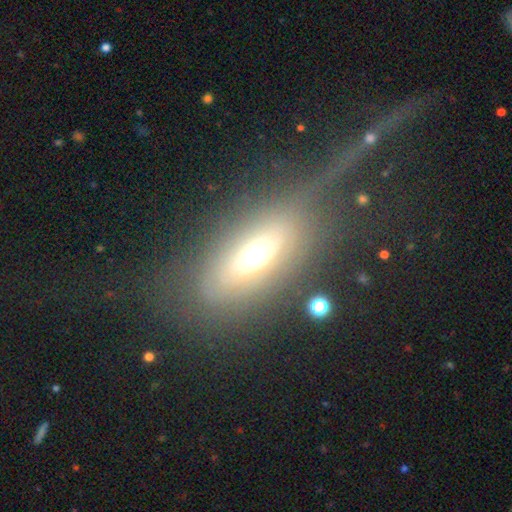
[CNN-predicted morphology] Smooth or featured?
  - featured or disk: 45% *
  - smooth: 42%
  - star or artifact: 13%
Merging?
  - none: 54% *
  - major disturbance: 24%
  - minor disturbance: 19%
  - merger: 4%